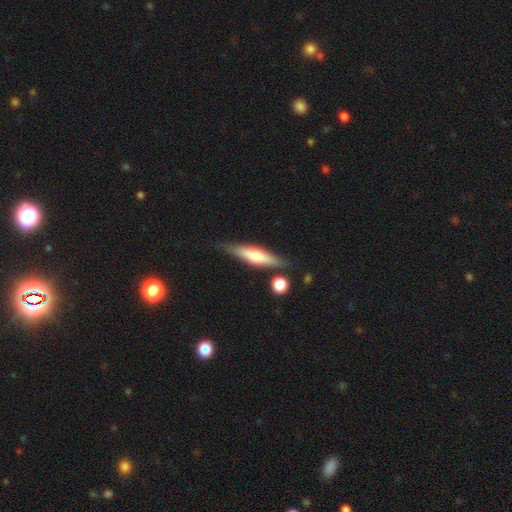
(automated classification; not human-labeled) Q: Smooth or featured?
A: featured or disk (53%); runner-up: smooth (41%)
Q: Edge-on disk?
A: yes (94%); runner-up: no (6%)
Q: Merging?
A: none (80%); runner-up: minor disturbance (12%)